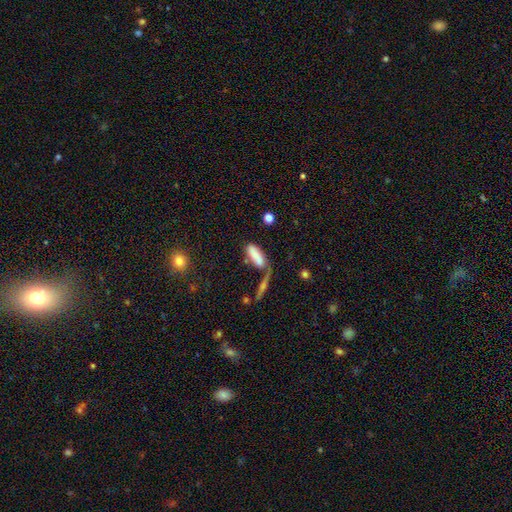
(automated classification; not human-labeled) The model was most divided on "merging": none: 43%, merger: 28%, minor disturbance: 18%, major disturbance: 11%. More confident: smooth or featured — smooth (74%); how rounded — in between (61%).